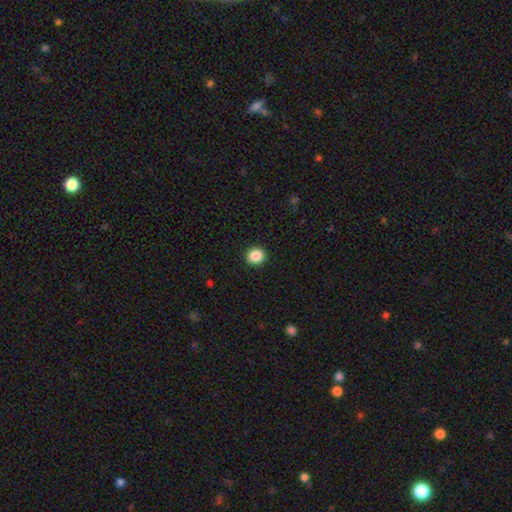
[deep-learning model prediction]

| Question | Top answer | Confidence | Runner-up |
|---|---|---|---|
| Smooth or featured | smooth | 87% | star or artifact (10%) |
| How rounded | round | 86% | in between (13%) |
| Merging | none | 91% | minor disturbance (6%) |